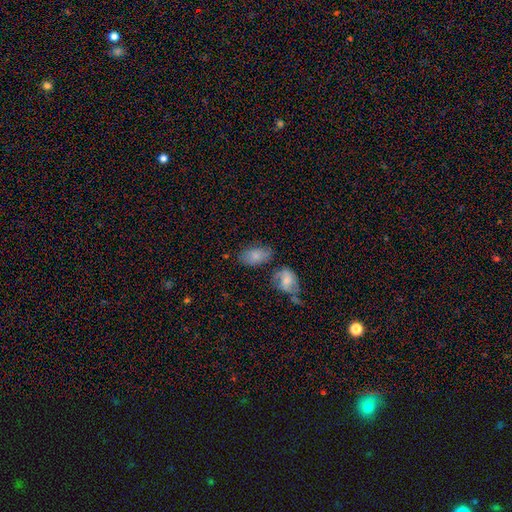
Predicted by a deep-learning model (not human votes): A smooth galaxy with no disk features (77%) that is in between round and cigar-shaped (91%).

Vote fractions:
- Smooth or featured? smooth: 77% / featured or disk: 15% / star or artifact: 8%
- How rounded? in between: 91% / round: 7% / cigar-shaped: 2%
- Merging? none: 58% / minor disturbance: 22% / merger: 12% / major disturbance: 8%